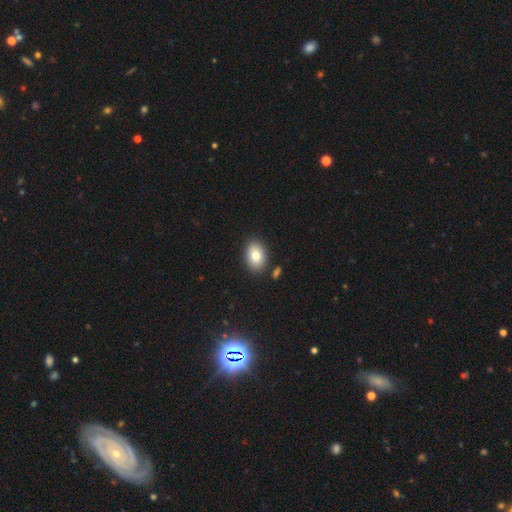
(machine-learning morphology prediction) This is clearly a smooth galaxy (81%). How rounded: clearly in between (81%). Merging: clearly none (85%).